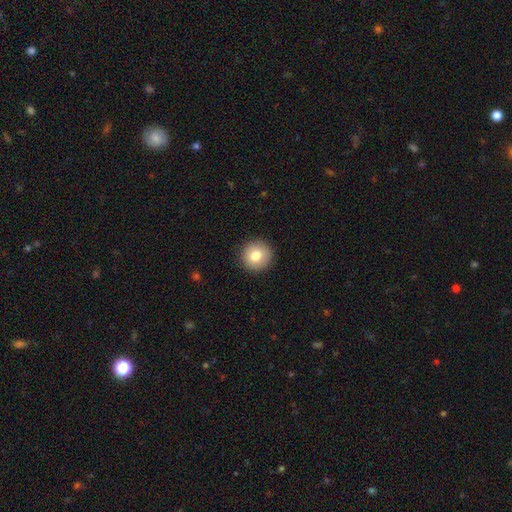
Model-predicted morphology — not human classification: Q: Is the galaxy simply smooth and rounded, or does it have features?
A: smooth — 80%.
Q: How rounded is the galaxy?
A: round — 95%.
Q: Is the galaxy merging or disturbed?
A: none — 92%.